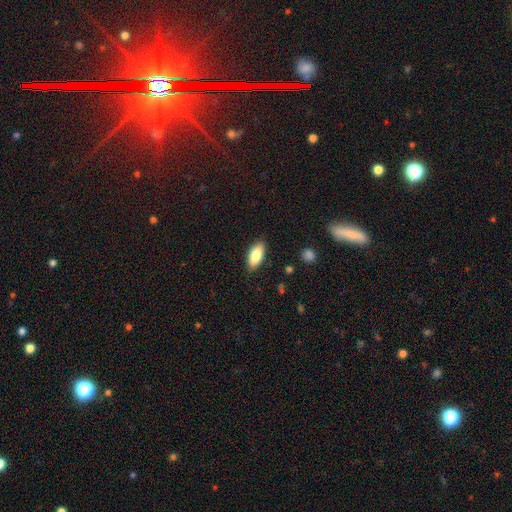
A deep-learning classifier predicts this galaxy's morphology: type=smooth (81%); roundness=in between (86%); merging=none (86%).